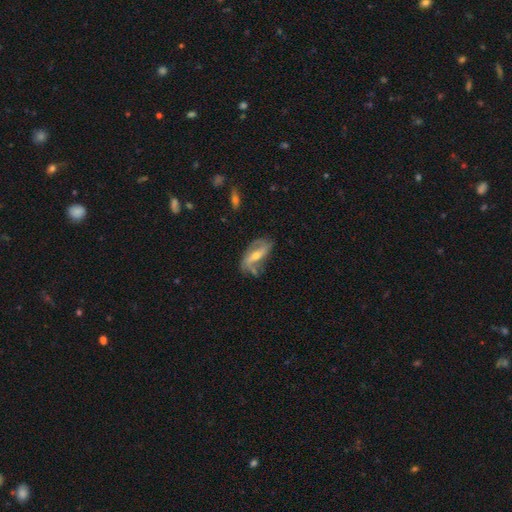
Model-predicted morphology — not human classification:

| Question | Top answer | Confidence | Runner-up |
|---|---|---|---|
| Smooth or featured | featured or disk | 77% | smooth (17%) |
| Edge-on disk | no | 87% | yes (13%) |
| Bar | strong | 44% | weak (33%) |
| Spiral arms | yes | 87% | no (13%) |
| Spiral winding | loose | 52% | medium (31%) |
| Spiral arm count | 2 | 83% | can't tell (9%) |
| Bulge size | moderate | 54% | small (42%) |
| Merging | none | 61% | minor disturbance (23%) |